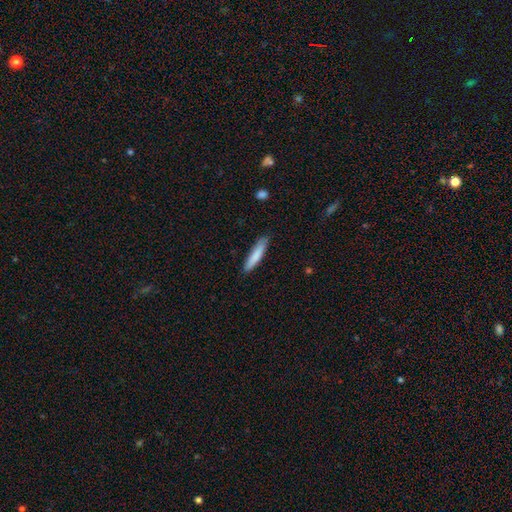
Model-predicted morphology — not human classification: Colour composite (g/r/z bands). It shows a smooth galaxy with no disk features (82%) that is cigar-shaped (86%). Merging: none (84%).